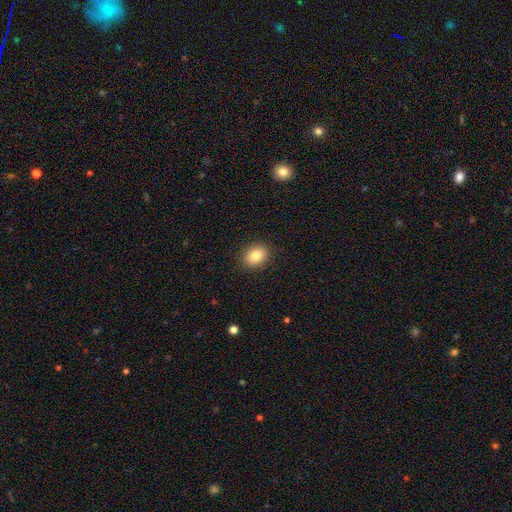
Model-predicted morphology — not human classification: Overall: smooth (84%). How rounded: in between (59%; round 40%). Merging: none (90%).